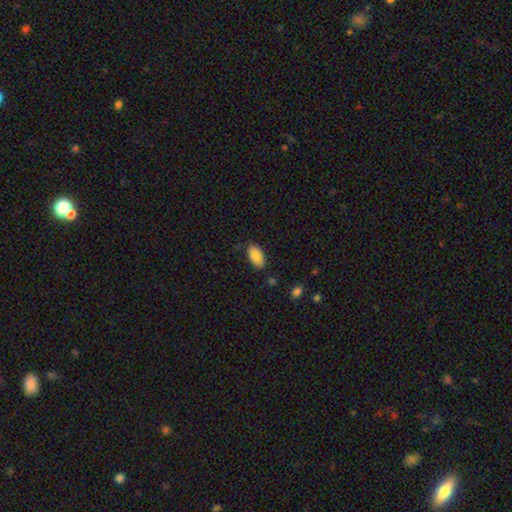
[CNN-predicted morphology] Smooth or featured?
  - smooth: 83% *
  - featured or disk: 10%
  - star or artifact: 7%
How rounded?
  - in between: 94% *
  - cigar-shaped: 3%
  - round: 3%
Merging?
  - none: 78% *
  - minor disturbance: 17%
  - major disturbance: 3%
  - merger: 2%